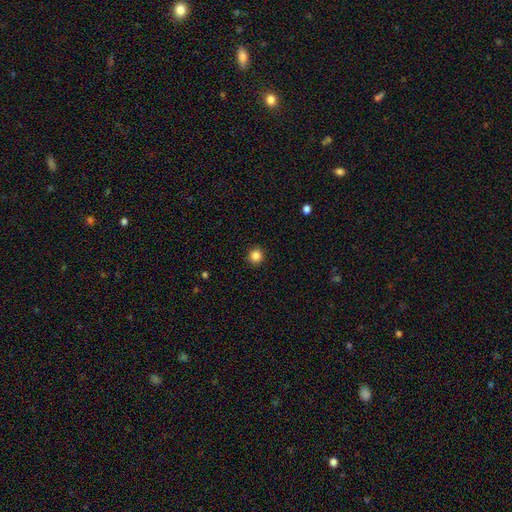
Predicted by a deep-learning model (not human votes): A smooth galaxy with no disk features (86%) that is round (93%). Merging: none (93%).